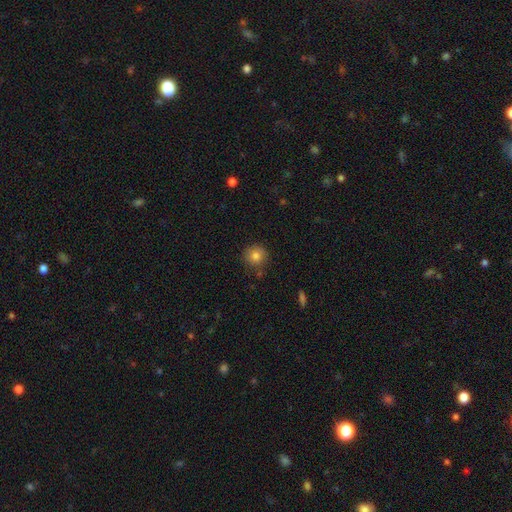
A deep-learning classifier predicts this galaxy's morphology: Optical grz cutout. It shows a smooth galaxy with no disk features (82%) that is round (92%). Merging: none (82%).